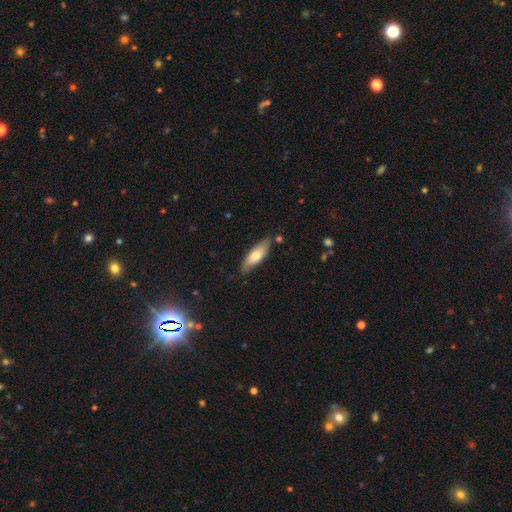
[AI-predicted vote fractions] The model was most divided on "how rounded": in between: 57%, cigar-shaped: 42%, round: 2%. More confident: merging — none (78%); smooth or featured — smooth (69%).